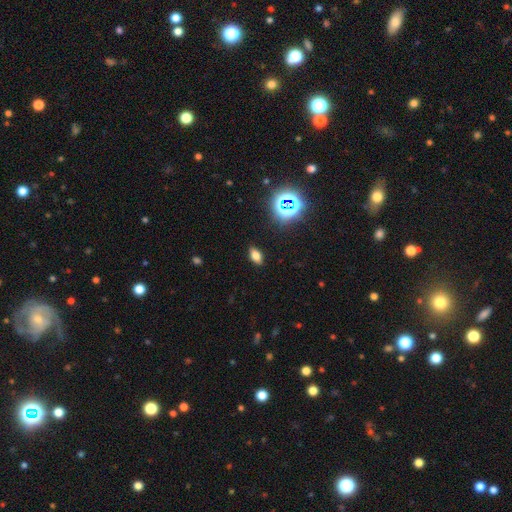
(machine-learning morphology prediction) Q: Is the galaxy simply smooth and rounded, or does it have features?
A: smooth — 70%.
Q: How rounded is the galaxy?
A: in between — 86%.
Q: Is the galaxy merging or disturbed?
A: none — 88%.